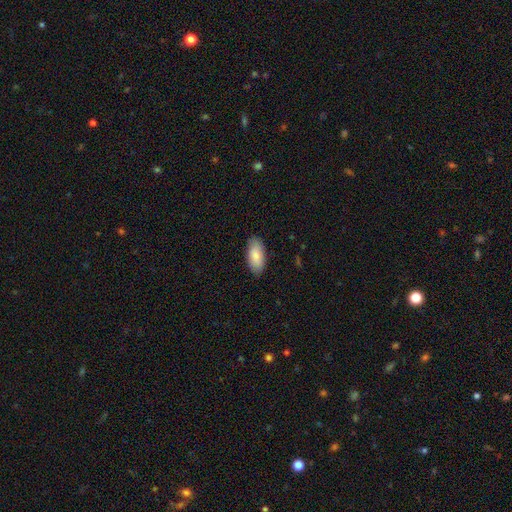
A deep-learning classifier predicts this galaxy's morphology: This is clearly a smooth galaxy (84%). How rounded: clearly in between (91%). Merging: clearly none (86%).